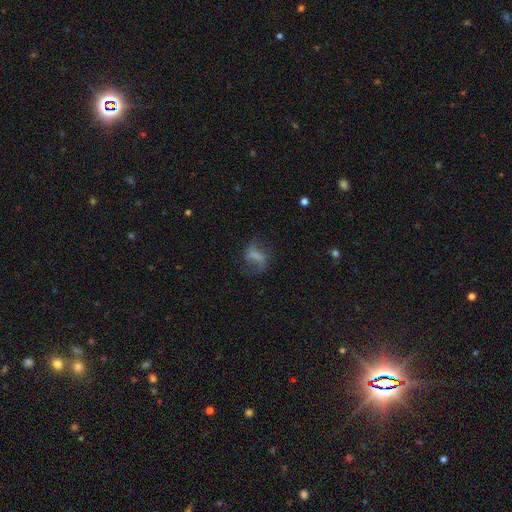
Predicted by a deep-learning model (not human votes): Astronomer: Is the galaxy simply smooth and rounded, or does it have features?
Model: featured or disk — 53% (runner-up: smooth, 35%).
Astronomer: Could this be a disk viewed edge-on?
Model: no — 97%.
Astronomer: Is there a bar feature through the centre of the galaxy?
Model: weak — 43% (runner-up: strong, 29%).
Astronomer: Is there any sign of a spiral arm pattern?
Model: yes — 80%.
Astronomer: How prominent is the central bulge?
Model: none — 49%.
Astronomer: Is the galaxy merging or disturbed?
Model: none — 57%.